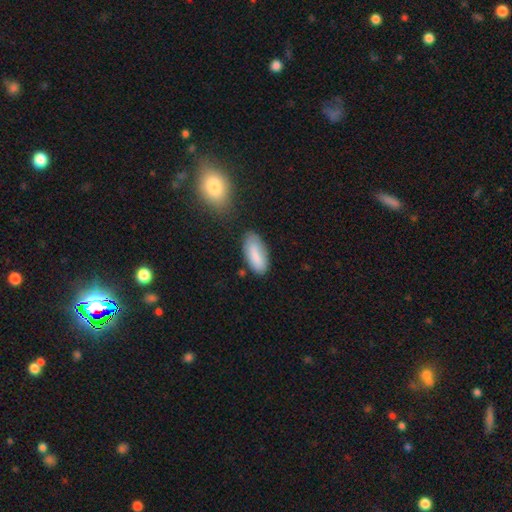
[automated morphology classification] Smooth or featured?
  - smooth: 81% *
  - featured or disk: 12%
  - star or artifact: 7%
How rounded?
  - in between: 87% *
  - cigar-shaped: 11%
  - round: 2%
Merging?
  - none: 65% *
  - minor disturbance: 24%
  - major disturbance: 6%
  - merger: 5%